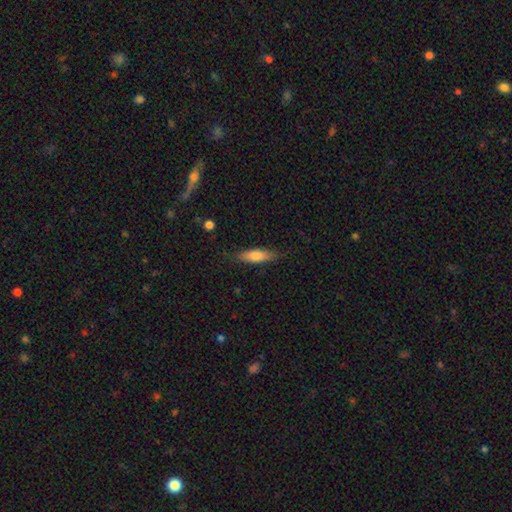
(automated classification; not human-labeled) Q: Smooth or featured?
A: smooth (74%); runner-up: featured or disk (19%)
Q: How rounded?
A: cigar-shaped (55%); runner-up: in between (43%)
Q: Merging?
A: none (81%); runner-up: minor disturbance (15%)